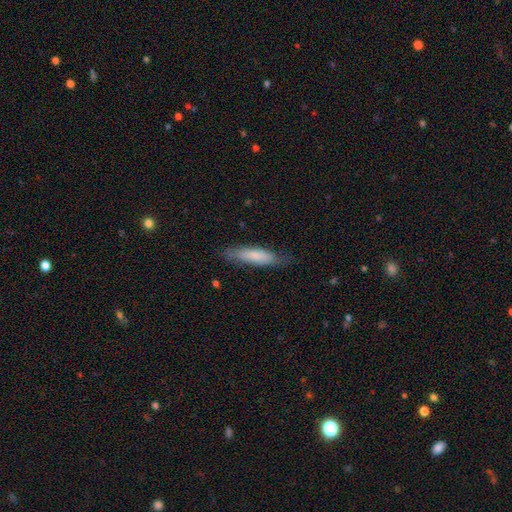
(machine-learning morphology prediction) A smooth galaxy with no disk features (74%) that is cigar-shaped (76%).

Vote fractions:
- Smooth or featured? smooth: 74% / featured or disk: 20% / star or artifact: 6%
- How rounded? cigar-shaped: 76% / in between: 23% / round: 1%
- Merging? none: 75% / minor disturbance: 19% / major disturbance: 4% / merger: 1%